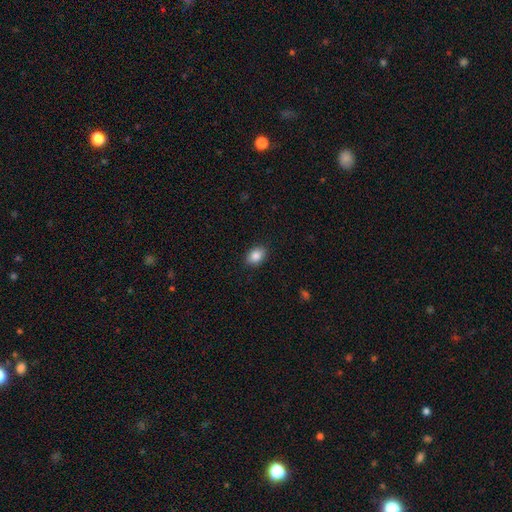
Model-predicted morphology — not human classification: A smooth galaxy with no disk features (87%) that is in between round and cigar-shaped (77%).

Vote fractions:
- Smooth or featured? smooth: 87% / star or artifact: 8% / featured or disk: 5%
- How rounded? in between: 77% / round: 21% / cigar-shaped: 1%
- Merging? none: 88% / minor disturbance: 9% / major disturbance: 2% / merger: 1%